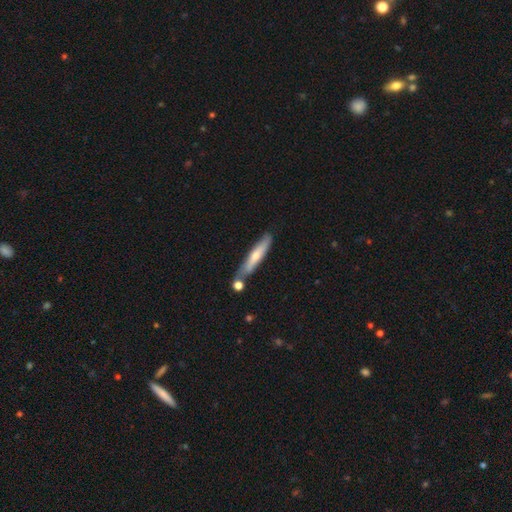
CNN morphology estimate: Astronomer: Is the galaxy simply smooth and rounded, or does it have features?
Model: smooth — 55% (runner-up: featured or disk, 39%).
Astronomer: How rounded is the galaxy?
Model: cigar-shaped — 89%.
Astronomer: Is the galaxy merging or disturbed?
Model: none — 62%.